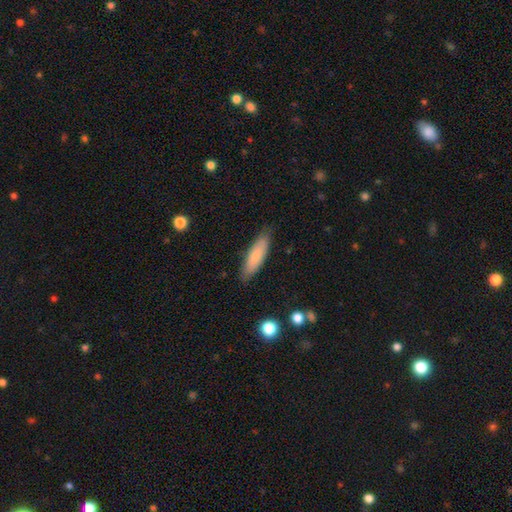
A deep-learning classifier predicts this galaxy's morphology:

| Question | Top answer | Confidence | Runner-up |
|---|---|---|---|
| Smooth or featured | smooth | 76% | featured or disk (18%) |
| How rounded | cigar-shaped | 60% | in between (39%) |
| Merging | none | 85% | minor disturbance (12%) |